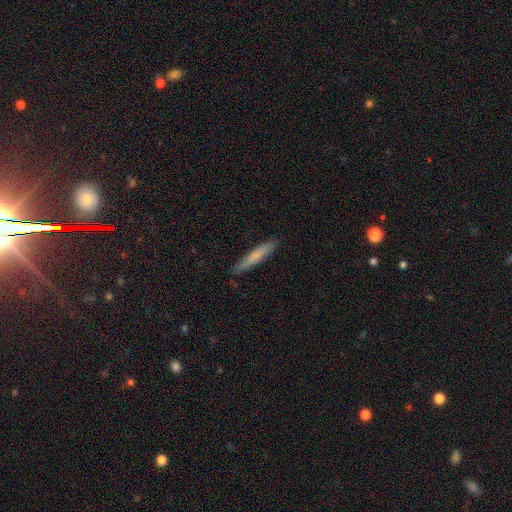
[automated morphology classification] Smooth or featured? smooth (74%)
How rounded? cigar-shaped (93%)
Merging? none (88%)